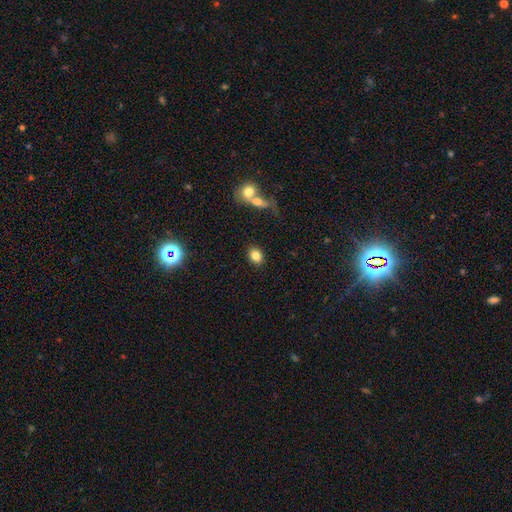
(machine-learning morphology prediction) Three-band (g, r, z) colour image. It shows a smooth galaxy with no disk features (83%) that is in between round and cigar-shaped (58%). Merging: none (85%).